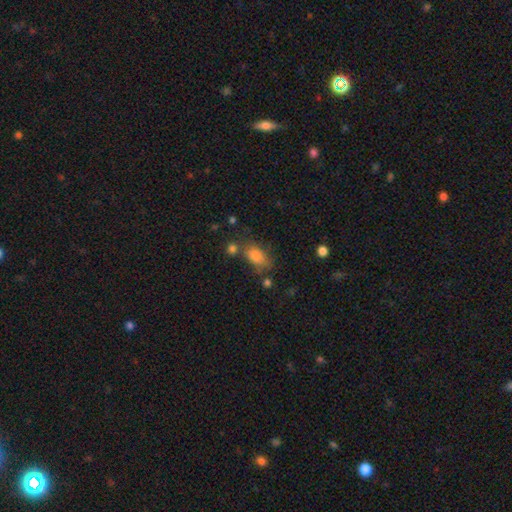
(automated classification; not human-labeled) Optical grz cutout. It shows a smooth galaxy with no disk features (81%) that is in between round and cigar-shaped (81%). Merging: none (60%).